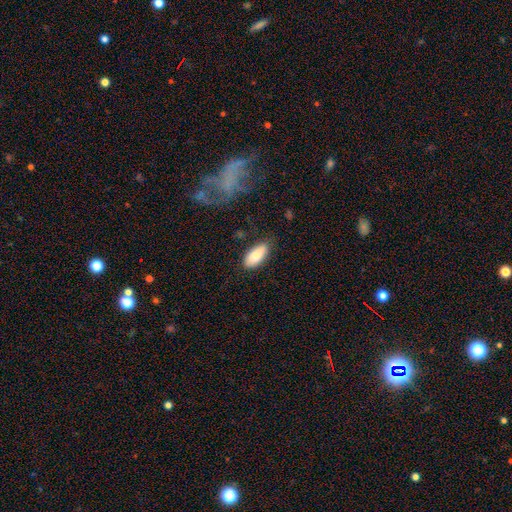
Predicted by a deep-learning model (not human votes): Overall: smooth (84%). How rounded: in between (88%). Merging: none (80%).